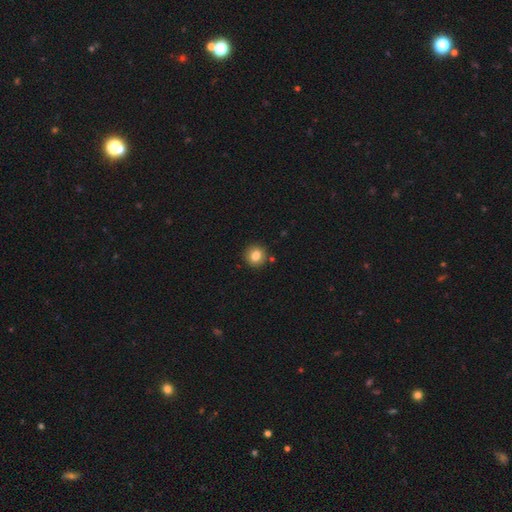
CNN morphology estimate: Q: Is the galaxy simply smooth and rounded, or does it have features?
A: smooth — 82%.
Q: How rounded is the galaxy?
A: round — 90%.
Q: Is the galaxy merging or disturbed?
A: none — 88%.